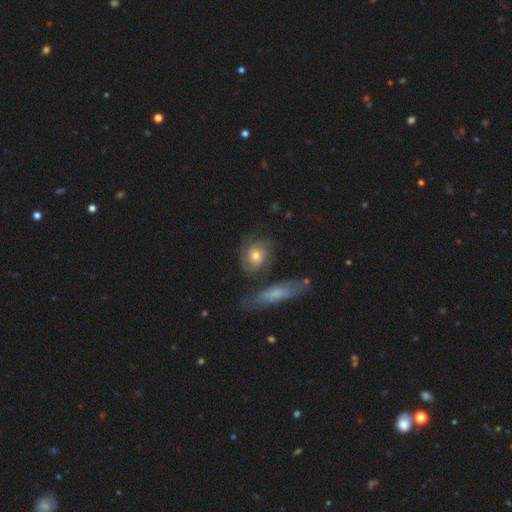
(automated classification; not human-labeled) A featured or disk galaxy (59%) with no bar (77%), spiral arms (83%) and a moderate central bulge (64%). Merging: none (60%).